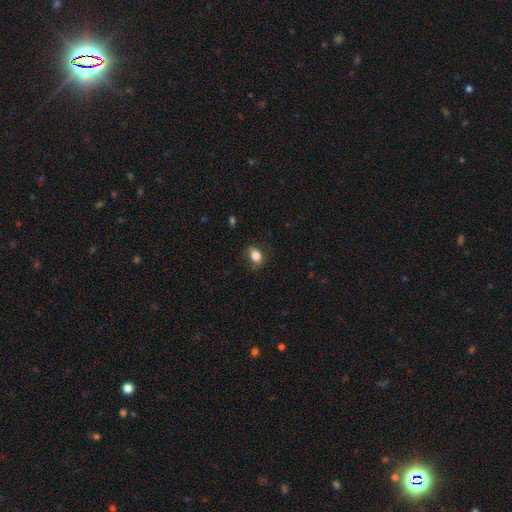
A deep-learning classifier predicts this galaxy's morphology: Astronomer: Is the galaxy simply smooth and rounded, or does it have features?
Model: smooth — 82%.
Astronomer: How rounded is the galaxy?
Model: in between — 64%.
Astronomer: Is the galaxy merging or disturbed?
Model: none — 76%.